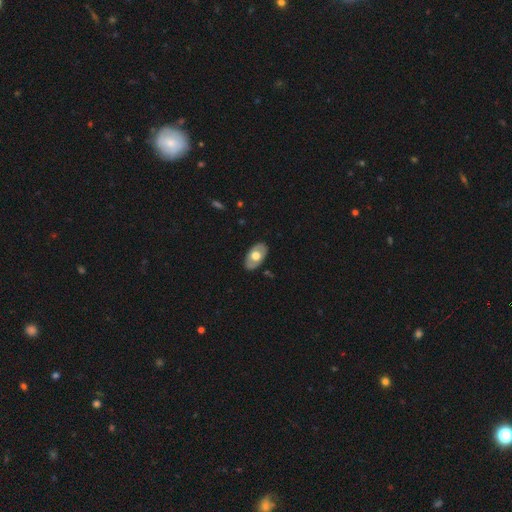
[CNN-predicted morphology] Smooth or featured? smooth (50%)
Merging? none (84%)